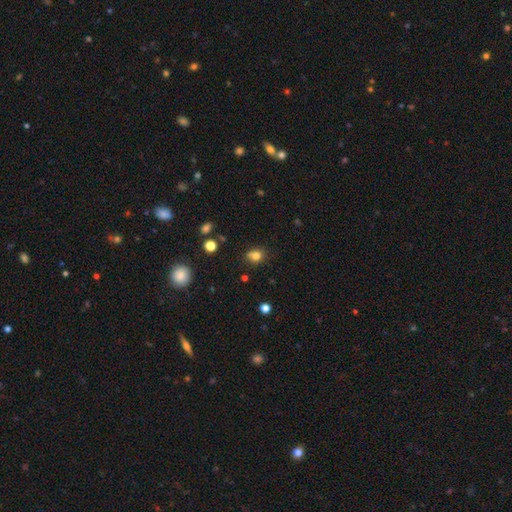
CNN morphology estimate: A smooth galaxy with no disk features (78%) that is round (61%). Merging: none (65%).